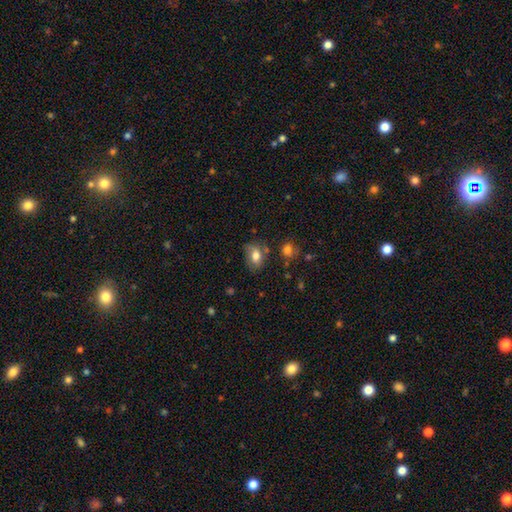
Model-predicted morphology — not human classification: smooth_or_featured: smooth (p=0.78) [alt: featured or disk p=0.13]
how_rounded: in between (p=0.75) [alt: round p=0.24]
merging: none (p=0.62) [alt: minor disturbance p=0.24]